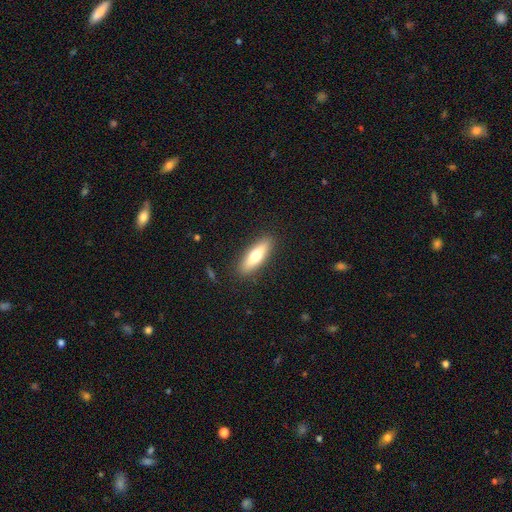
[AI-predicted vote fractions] Smooth or featured? smooth (65%)
How rounded? cigar-shaped (52%)
Merging? none (88%)